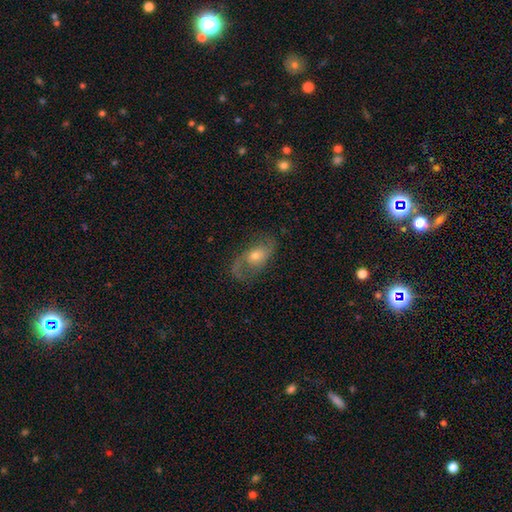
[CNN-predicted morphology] Smooth or featured? featured or disk (75%)
Edge-on disk? no (95%)
Bar? no (64%)
Spiral arms? yes (91%)
Spiral winding? loose (52%)
Spiral arm count? 2 (84%)
Bulge size? moderate (56%)
Merging? none (69%)